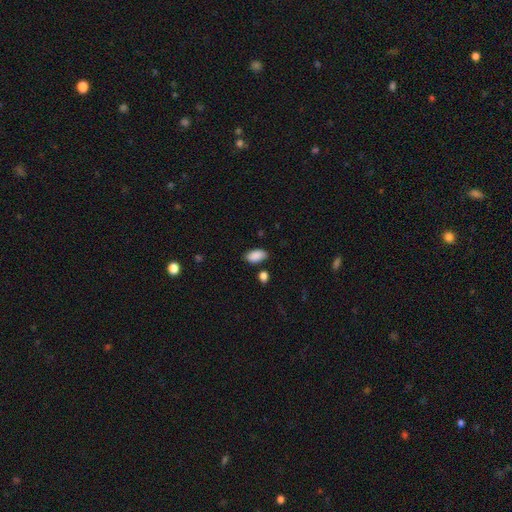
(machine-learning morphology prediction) The model was most divided on "merging": none: 81%, minor disturbance: 12%, merger: 4%, major disturbance: 3%. More confident: how rounded — in between (94%); smooth or featured — smooth (89%).